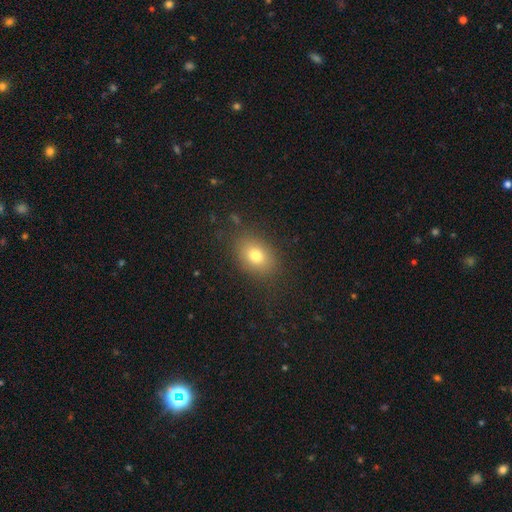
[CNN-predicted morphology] The model was most divided on "how rounded": in between: 71%, round: 27%, cigar-shaped: 1%. More confident: merging — none (83%); smooth or featured — smooth (77%).